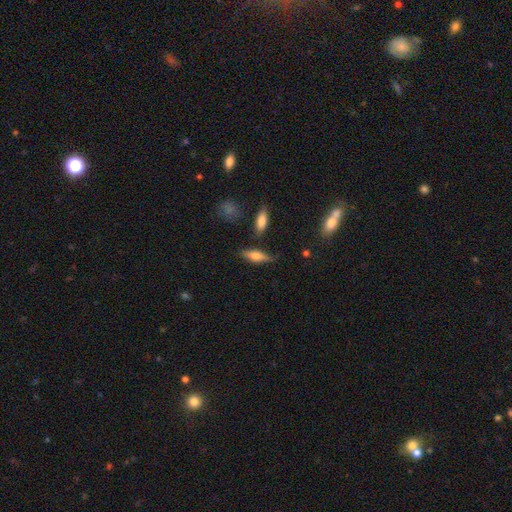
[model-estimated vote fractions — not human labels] This is possibly a smooth galaxy (58%). How rounded: possibly in between (54%). Merging: likely none (67%).